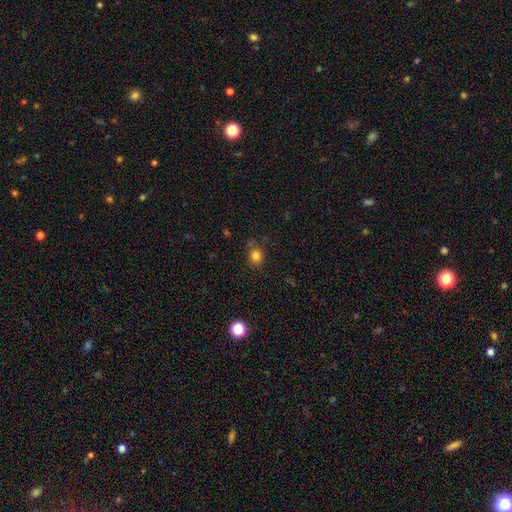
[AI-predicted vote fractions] Smooth or featured?
  - smooth: 81% *
  - star or artifact: 13%
  - featured or disk: 6%
How rounded?
  - round: 64% *
  - in between: 35%
  - cigar-shaped: 1%
Merging?
  - none: 78% *
  - minor disturbance: 15%
  - major disturbance: 4%
  - merger: 3%